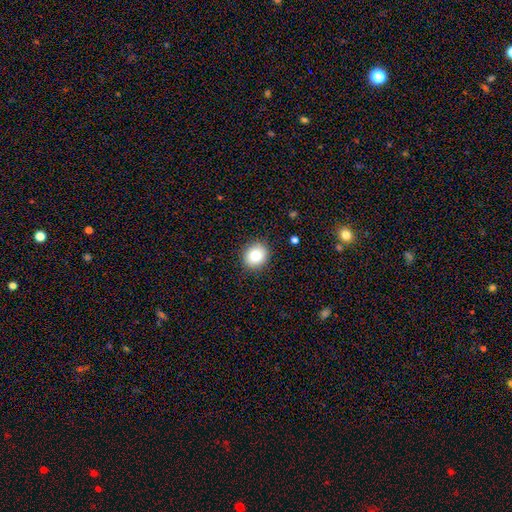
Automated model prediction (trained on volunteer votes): Morphology: type=smooth (80%); roundness=round (74%); merging=none (89%).